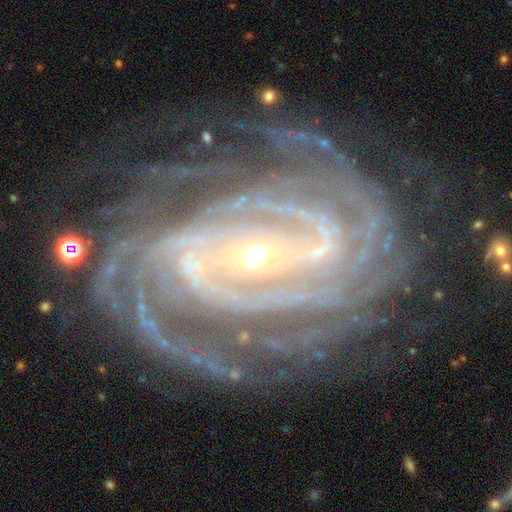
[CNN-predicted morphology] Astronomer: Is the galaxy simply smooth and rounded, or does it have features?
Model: featured or disk — 93%.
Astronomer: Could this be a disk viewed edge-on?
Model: no — 97%.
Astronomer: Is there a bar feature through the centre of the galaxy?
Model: strong — 48% (runner-up: weak, 33%).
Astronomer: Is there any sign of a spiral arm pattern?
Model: yes — 99%.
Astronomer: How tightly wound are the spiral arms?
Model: tight — 79%.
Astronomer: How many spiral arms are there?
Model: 4 — 28% (runner-up: 3, 20%).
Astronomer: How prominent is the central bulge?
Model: small — 73%.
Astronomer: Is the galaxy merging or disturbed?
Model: none — 75%.